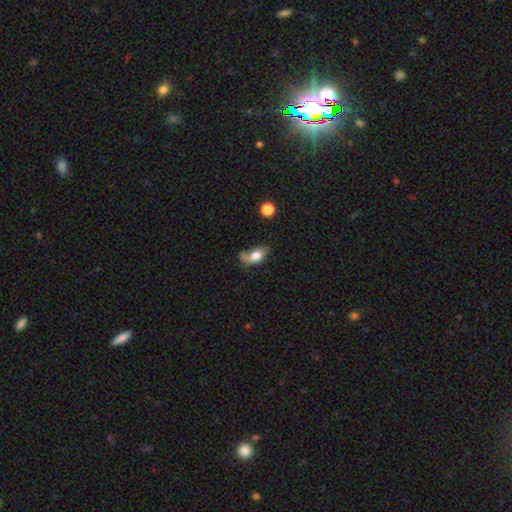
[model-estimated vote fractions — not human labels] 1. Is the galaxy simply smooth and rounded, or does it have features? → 72% smooth, 19% featured or disk, 9% star or artifact.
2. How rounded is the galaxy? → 85% in between, 11% round, 4% cigar-shaped.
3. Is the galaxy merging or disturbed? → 37% none, 30% minor disturbance, 22% major disturbance, 11% merger.